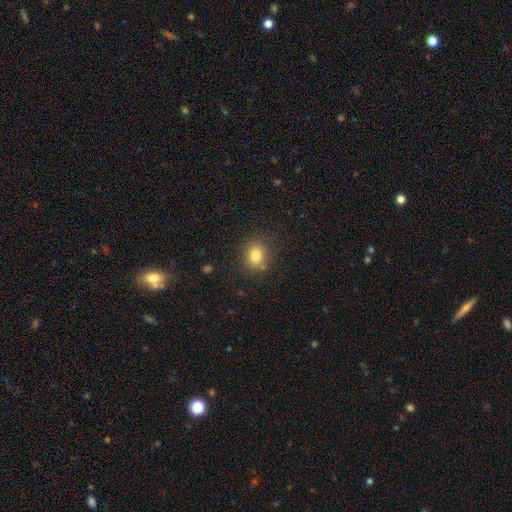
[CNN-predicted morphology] Q: Smooth or featured?
A: smooth (82%); runner-up: star or artifact (11%)
Q: How rounded?
A: round (54%); runner-up: in between (45%)
Q: Merging?
A: none (79%); runner-up: minor disturbance (13%)